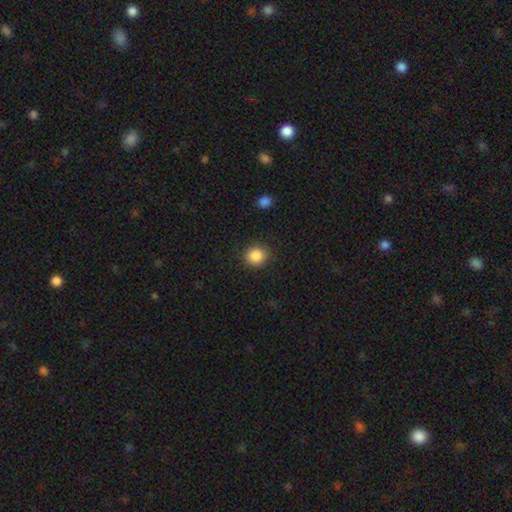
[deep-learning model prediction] Smooth or featured? Predicted: smooth (p=0.87). How rounded? Predicted: round (p=0.87). Merging? Predicted: none (p=0.88).